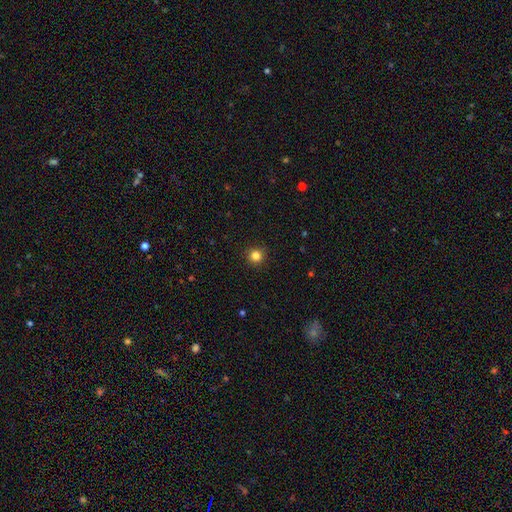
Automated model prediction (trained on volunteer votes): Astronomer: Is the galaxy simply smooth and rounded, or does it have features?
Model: smooth — 83%.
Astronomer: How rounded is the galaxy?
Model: round — 95%.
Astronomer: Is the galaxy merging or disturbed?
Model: none — 92%.